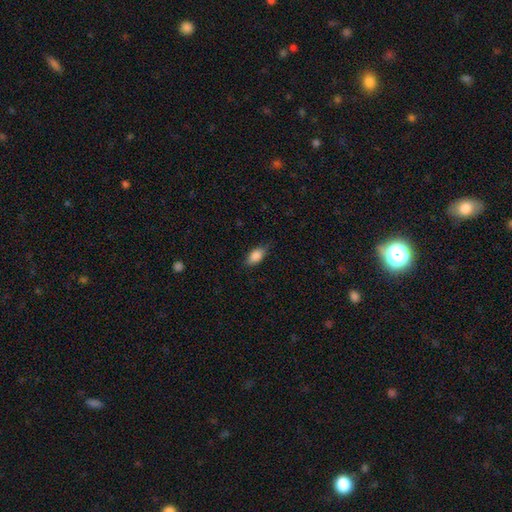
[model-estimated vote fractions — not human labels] Smooth or featured? Predicted: smooth (p=0.87). How rounded? Predicted: in between (p=0.90). Merging? Predicted: none (p=0.79).